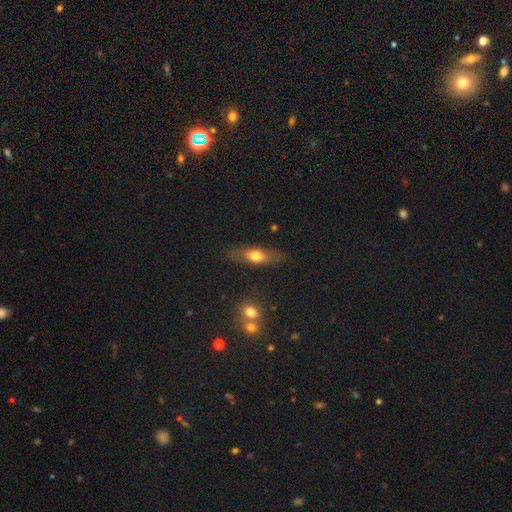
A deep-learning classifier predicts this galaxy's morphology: Q: Smooth or featured?
A: smooth (59%); runner-up: featured or disk (34%)
Q: How rounded?
A: in between (47%); tied with: cigar-shaped (47%)
Q: Merging?
A: none (80%); runner-up: minor disturbance (13%)